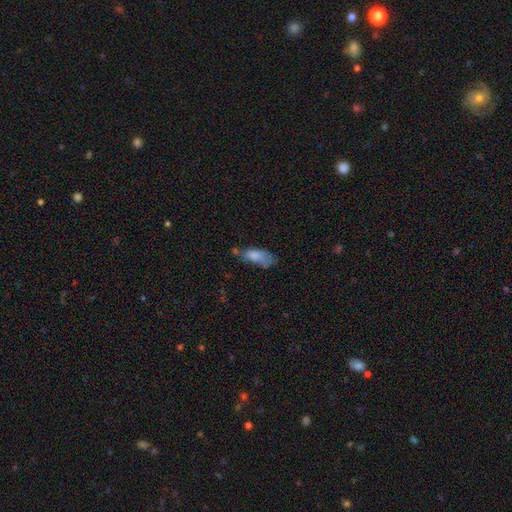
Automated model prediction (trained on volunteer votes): A smooth galaxy with no disk features (76%) that is in between round and cigar-shaped (82%). Merging: minor disturbance (32%).